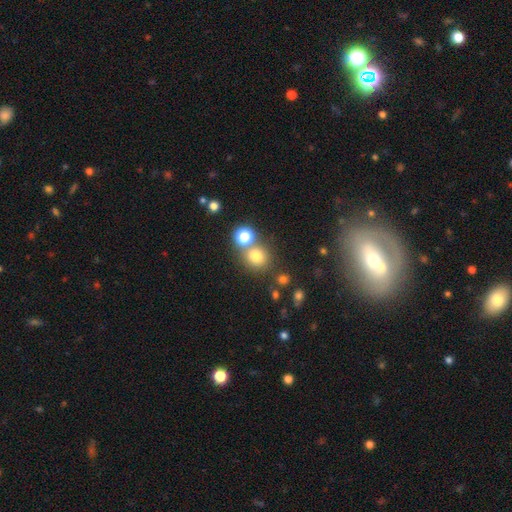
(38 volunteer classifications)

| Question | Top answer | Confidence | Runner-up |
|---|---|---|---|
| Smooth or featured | smooth | 84% | featured or disk (8%) |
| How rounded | round | 97% | in between (3%) |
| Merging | none | 66% | merger (29%) |